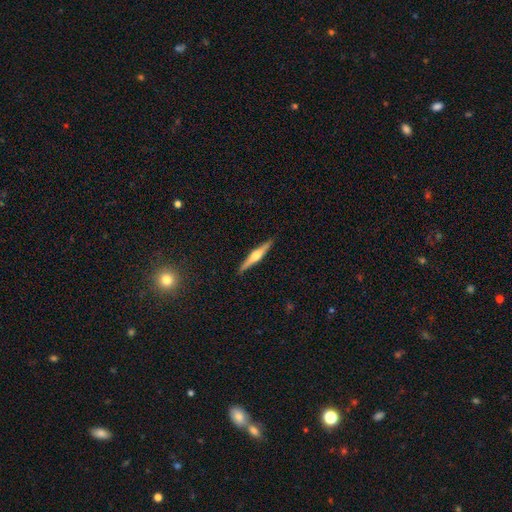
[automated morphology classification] smooth_or_featured: featured or disk (p=0.69) [alt: smooth p=0.26]
disk_edge_on: yes (p=0.97) [alt: no p=0.03]
edge_on_bulge: rounded (p=0.91) [alt: boxy p=0.05]
merging: none (p=0.90) [alt: minor disturbance p=0.07]